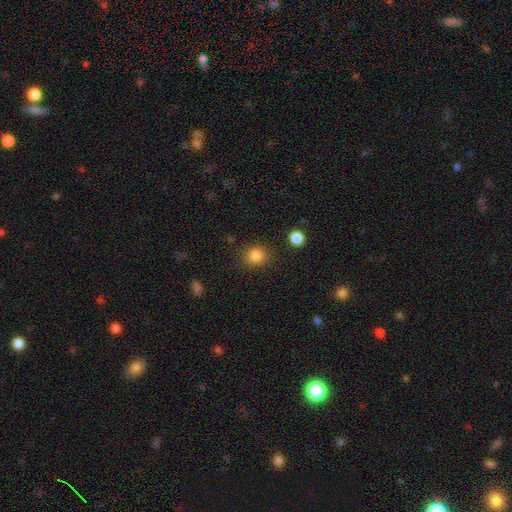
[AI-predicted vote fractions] Smooth or featured?
  - smooth: 85% *
  - star or artifact: 11%
  - featured or disk: 4%
How rounded?
  - round: 78% *
  - in between: 21%
  - cigar-shaped: 1%
Merging?
  - none: 85% *
  - minor disturbance: 9%
  - major disturbance: 4%
  - merger: 3%